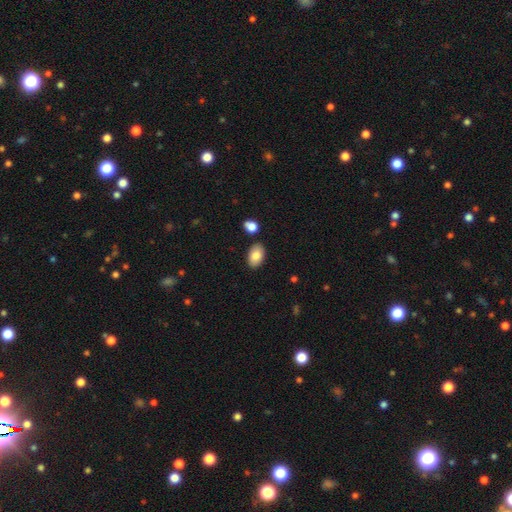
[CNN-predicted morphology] A smooth galaxy with no disk features (85%) that is in between round and cigar-shaped (92%).

Vote fractions:
- Smooth or featured? smooth: 85% / featured or disk: 8% / star or artifact: 7%
- How rounded? in between: 92% / round: 7% / cigar-shaped: 1%
- Merging? none: 85% / minor disturbance: 9% / merger: 4% / major disturbance: 2%